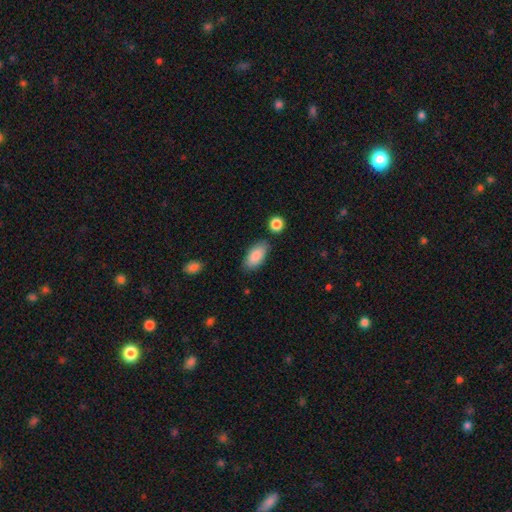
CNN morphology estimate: smooth_or_featured: smooth (p=0.88) [alt: star or artifact p=0.06]
how_rounded: in between (p=0.91) [alt: cigar-shaped p=0.06]
merging: none (p=0.79) [alt: minor disturbance p=0.14]